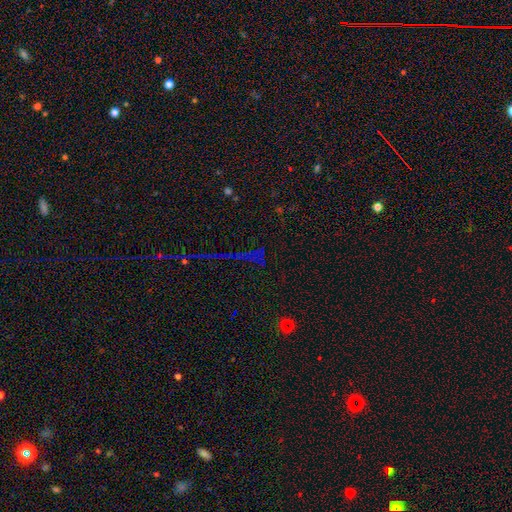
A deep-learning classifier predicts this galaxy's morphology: The model was most divided on "smooth or featured": star or artifact: 72%, smooth: 17%, featured or disk: 11%.